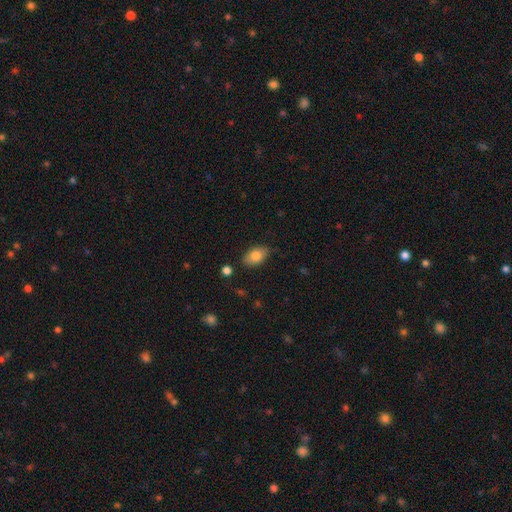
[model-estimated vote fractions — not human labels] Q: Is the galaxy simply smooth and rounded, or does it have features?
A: smooth — 80%.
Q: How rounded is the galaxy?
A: in between — 88%.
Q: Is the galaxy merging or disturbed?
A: none — 76%.